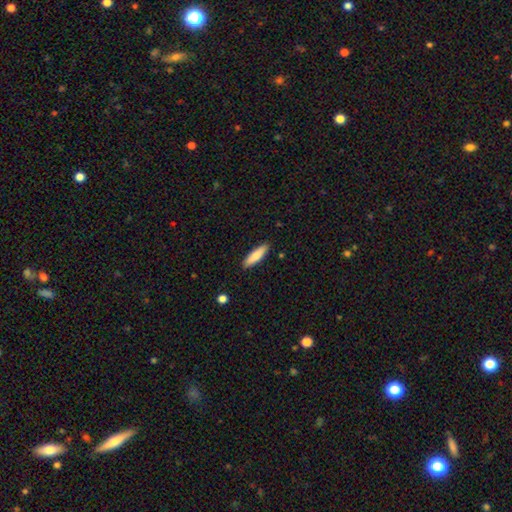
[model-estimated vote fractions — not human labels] Smooth or featured? Predicted: smooth (p=0.80). How rounded? Predicted: cigar-shaped (p=0.71). Merging? Predicted: none (p=0.89).